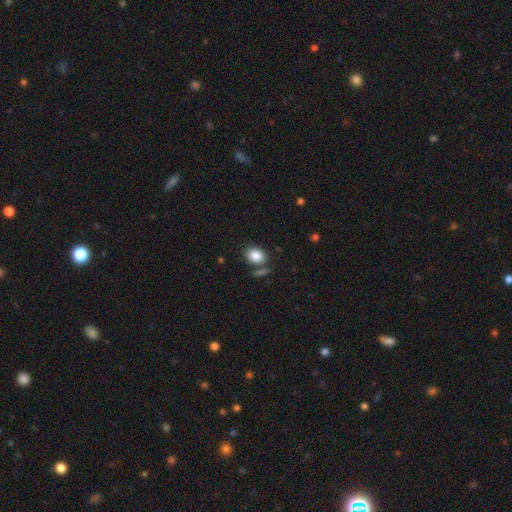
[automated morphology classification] Smooth or featured? smooth (85%)
How rounded? in between (60%)
Merging? none (71%)